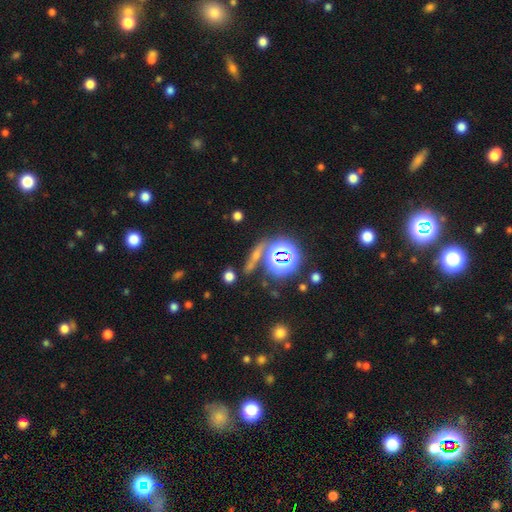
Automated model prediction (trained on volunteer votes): smooth-or-featured: star or artifact: 41% | smooth: 37% | featured or disk: 22%